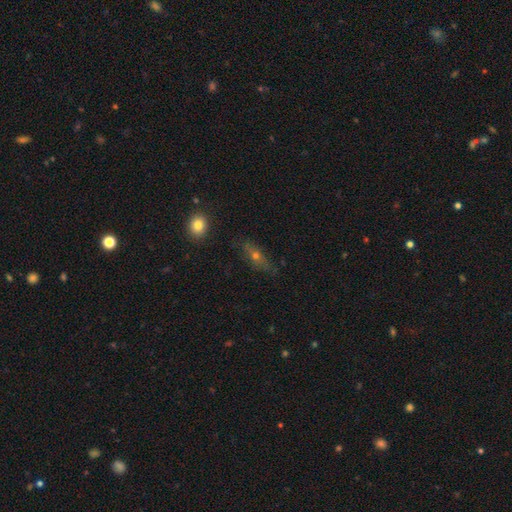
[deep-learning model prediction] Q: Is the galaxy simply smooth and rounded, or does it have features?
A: featured or disk — 46%.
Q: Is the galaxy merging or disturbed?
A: none — 77%.